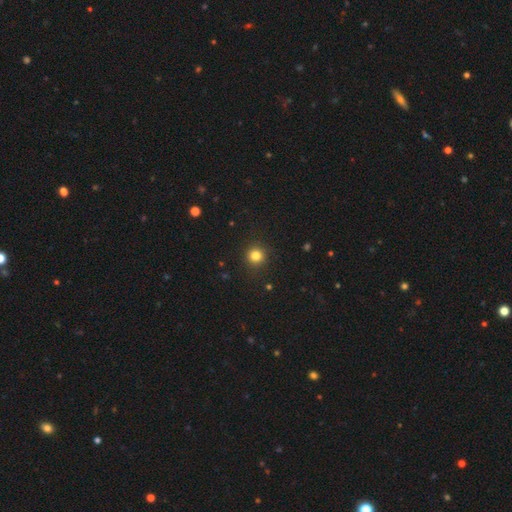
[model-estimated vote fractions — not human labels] This is clearly a smooth galaxy (82%). How rounded: clearly round (94%). Merging: clearly none (91%).